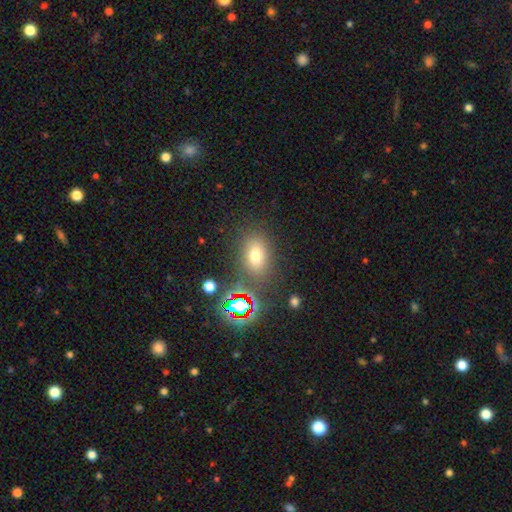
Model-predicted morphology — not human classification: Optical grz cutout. It shows a smooth galaxy with no disk features (67%) that is in between round and cigar-shaped (71%). Merging: none (79%).